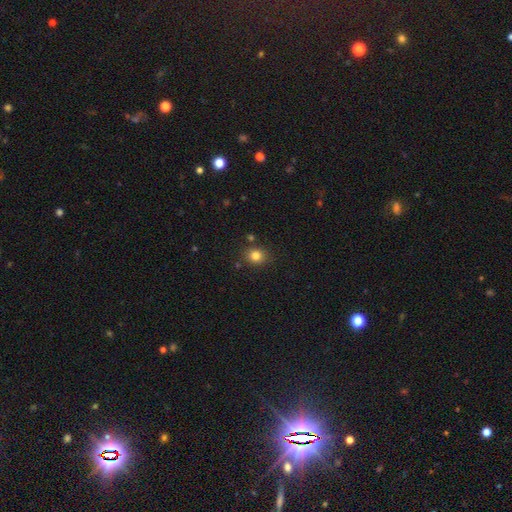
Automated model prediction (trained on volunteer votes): Smooth or featured? smooth (81%)
How rounded? round (68%)
Merging? none (83%)